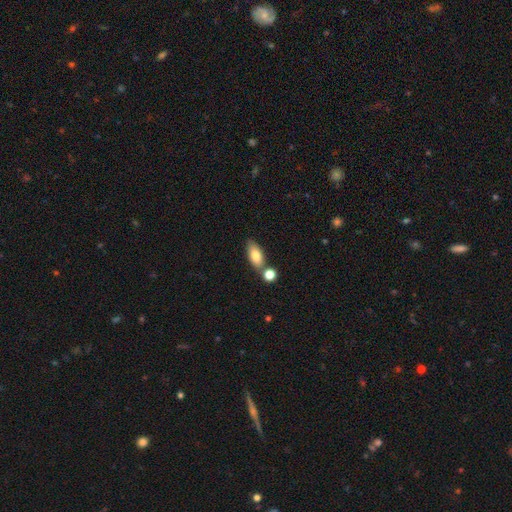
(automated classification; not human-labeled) A smooth galaxy with no disk features (81%) that is in between round and cigar-shaped (85%). Merging: none (65%).